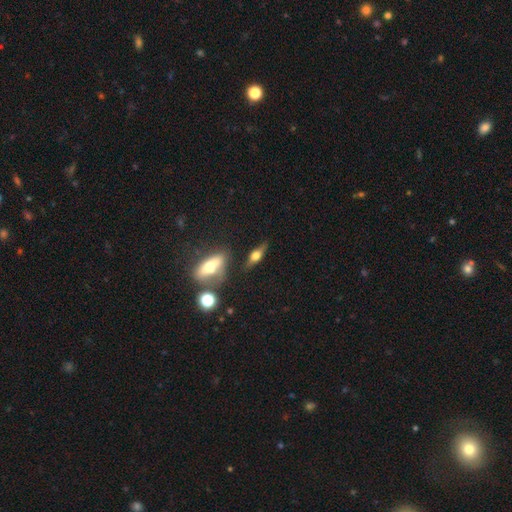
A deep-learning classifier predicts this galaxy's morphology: This is possibly a featured or disk galaxy (49%). Merging: likely none (74%).